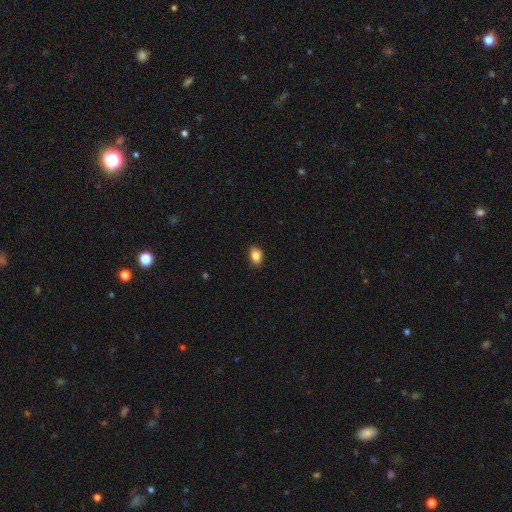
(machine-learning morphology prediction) A smooth galaxy with no disk features (85%) that is in between round and cigar-shaped (77%).

Vote fractions:
- Smooth or featured? smooth: 85% / star or artifact: 9% / featured or disk: 6%
- How rounded? in between: 77% / round: 21% / cigar-shaped: 1%
- Merging? none: 84% / minor disturbance: 13% / major disturbance: 2% / merger: 1%